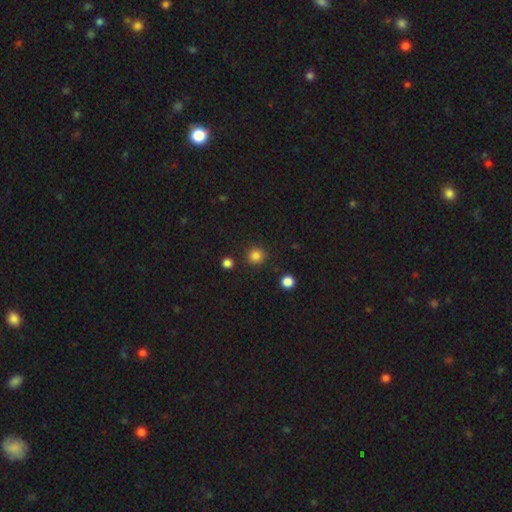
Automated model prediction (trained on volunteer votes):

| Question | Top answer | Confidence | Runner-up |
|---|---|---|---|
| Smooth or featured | smooth | 84% | star or artifact (13%) |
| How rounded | round | 92% | in between (7%) |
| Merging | none | 89% | minor disturbance (6%) |